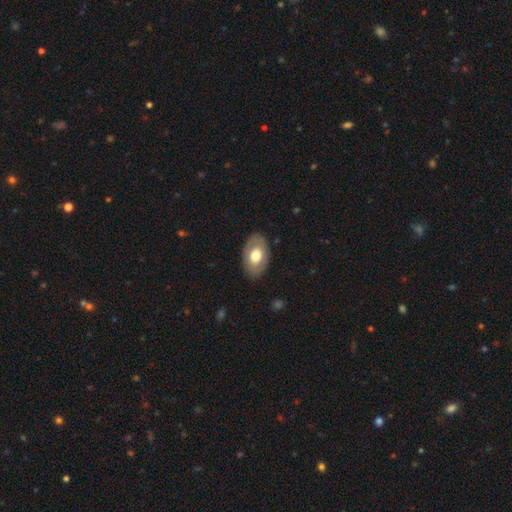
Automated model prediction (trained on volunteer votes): The model was most divided on "smooth or featured": smooth: 61%, featured or disk: 34%, star or artifact: 6%. More confident: how rounded — in between (90%); merging — none (84%).